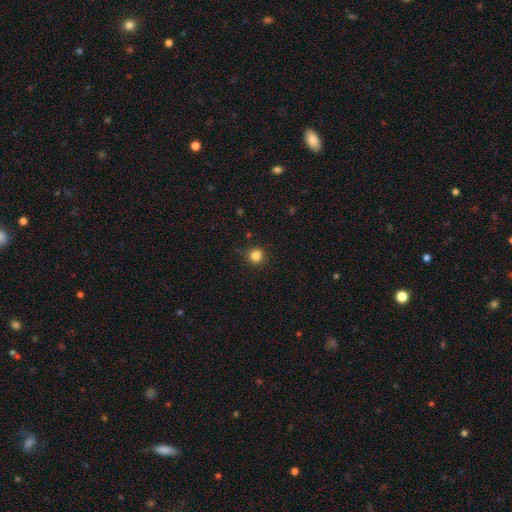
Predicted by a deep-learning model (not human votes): Smooth or featured? smooth (84%)
How rounded? round (91%)
Merging? none (86%)